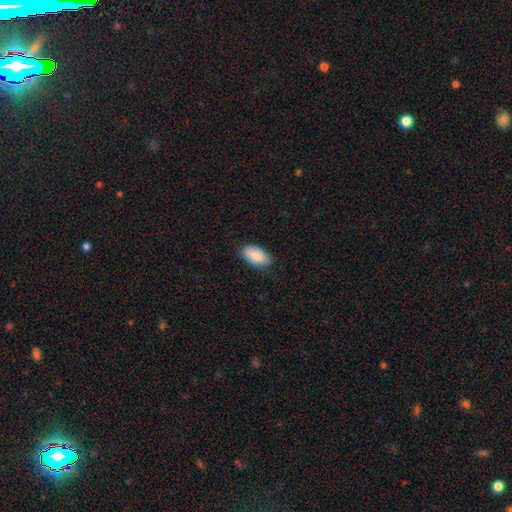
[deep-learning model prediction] Overall: smooth (86%). How rounded: in between (95%). Merging: none (82%).